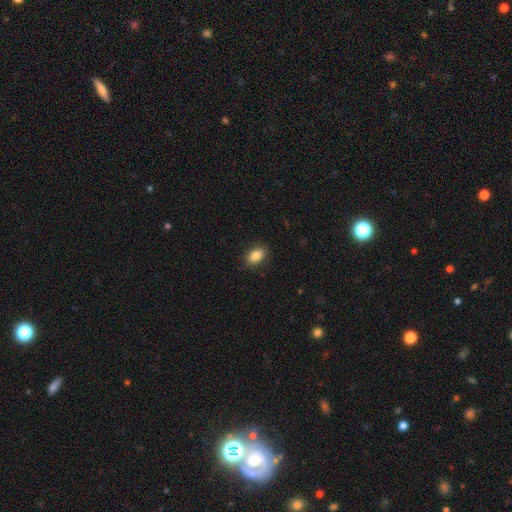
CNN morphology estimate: Smooth or featured?
  - smooth: 85% *
  - star or artifact: 8%
  - featured or disk: 7%
How rounded?
  - in between: 83% *
  - round: 15%
  - cigar-shaped: 1%
Merging?
  - none: 86% *
  - minor disturbance: 11%
  - major disturbance: 2%
  - merger: 1%